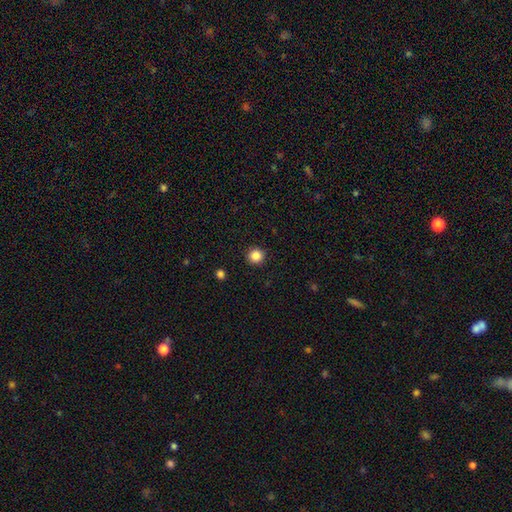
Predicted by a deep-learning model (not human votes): This appears to be a smooth galaxy with no disk features (86%) that is round (94%). Merging: none (93%).